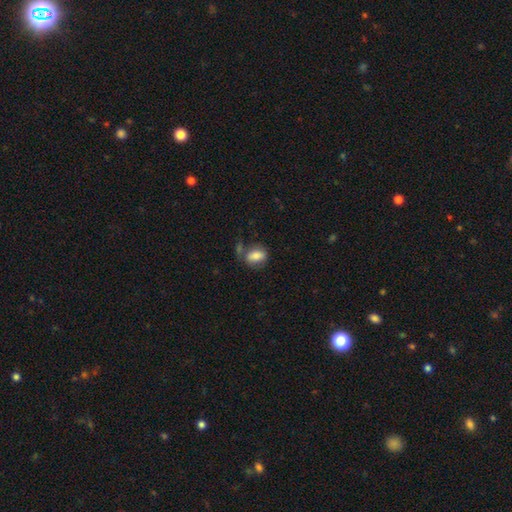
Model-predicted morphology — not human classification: A smooth galaxy with no disk features (78%) that is in between round and cigar-shaped (76%). Merging: none (54%).